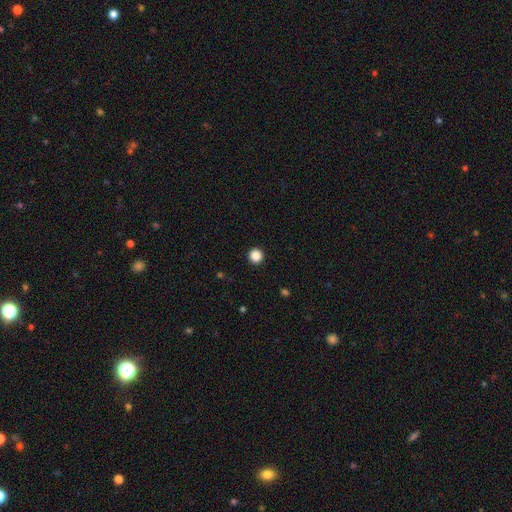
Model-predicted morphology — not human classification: A smooth galaxy with no disk features (86%) that is round (96%). Merging: none (94%).